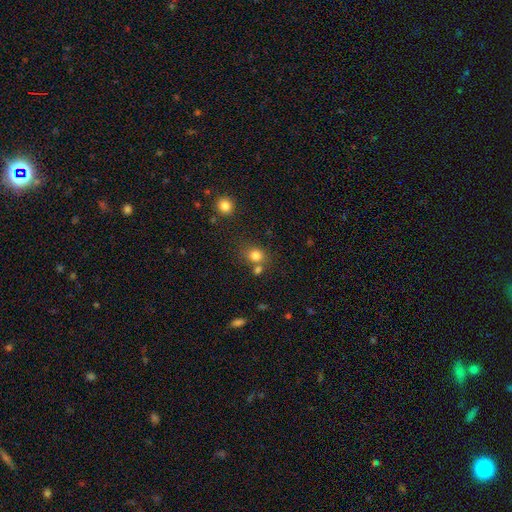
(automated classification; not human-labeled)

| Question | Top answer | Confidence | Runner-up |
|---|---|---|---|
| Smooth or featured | smooth | 80% | star or artifact (13%) |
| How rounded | round | 74% | in between (25%) |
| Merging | none | 60% | merger (24%) |